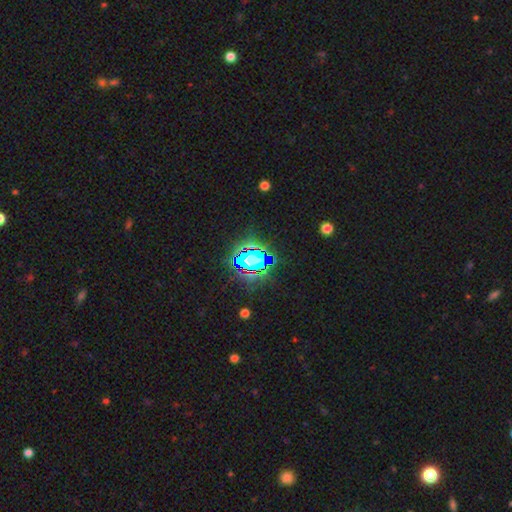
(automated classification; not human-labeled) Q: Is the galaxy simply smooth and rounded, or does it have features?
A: star or artifact — 69%.